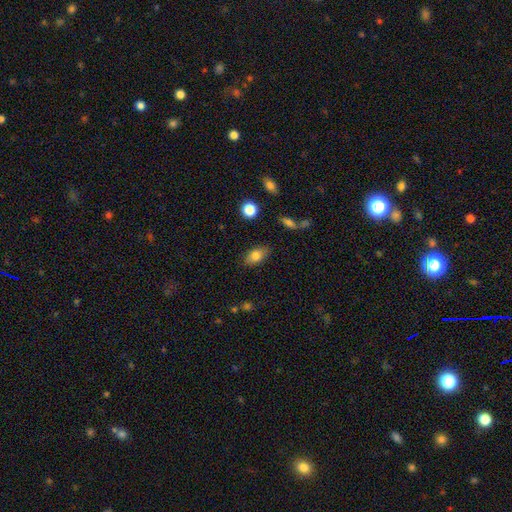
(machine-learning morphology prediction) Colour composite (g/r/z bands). It shows a smooth galaxy with no disk features (78%) that is in between round and cigar-shaped (85%). Merging: none (81%).